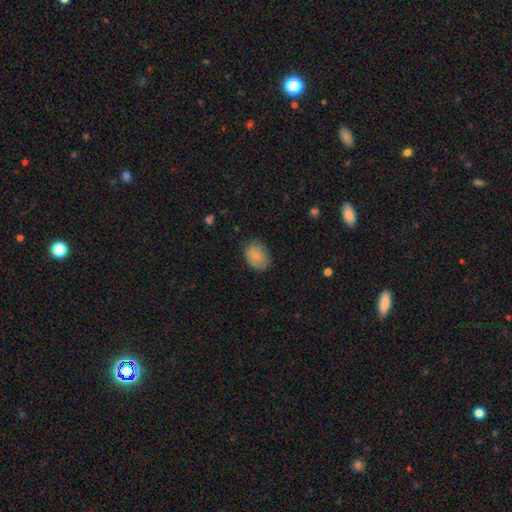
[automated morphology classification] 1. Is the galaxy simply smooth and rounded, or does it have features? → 79% smooth, 13% featured or disk, 7% star or artifact.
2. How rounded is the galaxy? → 64% in between, 35% round, 1% cigar-shaped.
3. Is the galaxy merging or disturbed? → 77% none, 18% minor disturbance, 4% major disturbance, 1% merger.